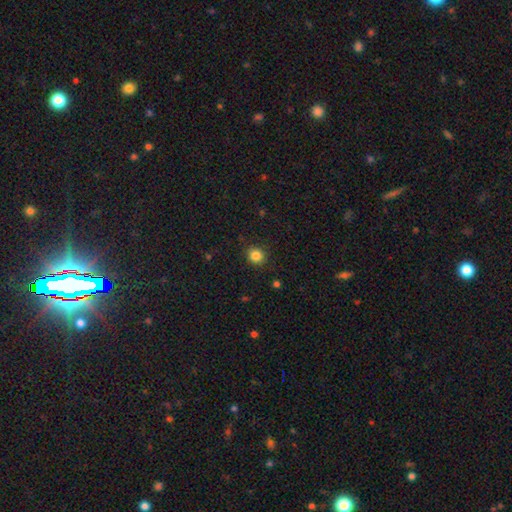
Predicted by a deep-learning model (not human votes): Smooth or featured? Predicted: smooth (p=0.84). How rounded? Predicted: round (p=0.87). Merging? Predicted: none (p=0.89).